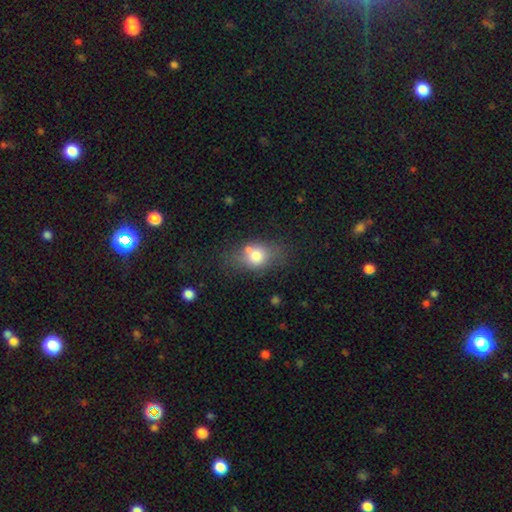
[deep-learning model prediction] Smooth or featured? Predicted: smooth (p=0.72). How rounded? Predicted: in between (p=0.59). Merging? Predicted: none (p=0.47).